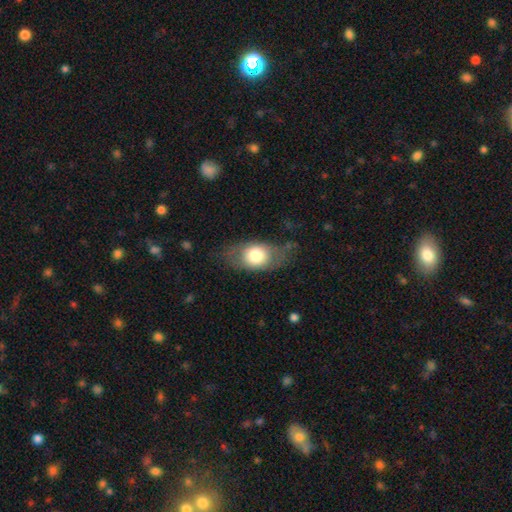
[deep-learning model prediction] The model was most divided on "smooth or featured": smooth: 69%, featured or disk: 24%, star or artifact: 7%. More confident: how rounded — in between (78%); merging — none (66%).